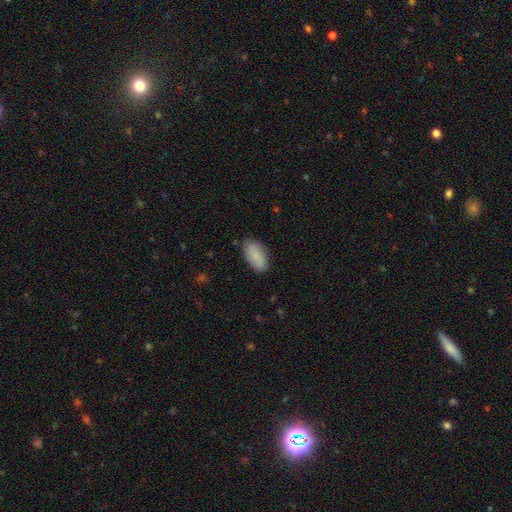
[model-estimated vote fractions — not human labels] This is clearly a smooth galaxy (83%). How rounded: clearly in between (94%). Merging: clearly none (82%).